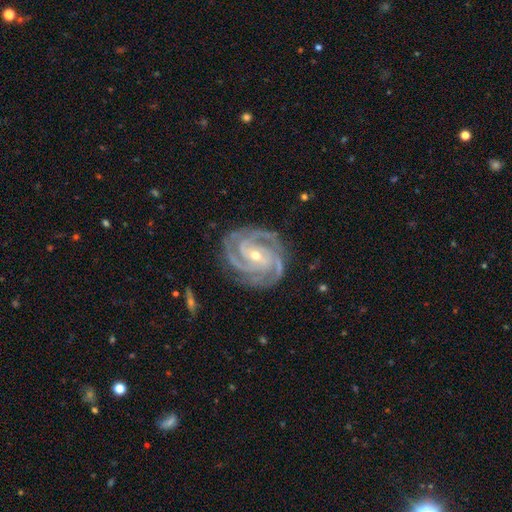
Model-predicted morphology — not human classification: smooth_or_featured: featured or disk (p=0.93) [alt: star or artifact p=0.04]
disk_edge_on: no (p=0.98) [alt: yes p=0.02]
bar: no (p=0.46) [alt: weak p=0.34]
has_spiral_arms: yes (p=0.99) [alt: no p=0.01]
spiral_winding: tight (p=0.71) [alt: medium p=0.27]
spiral_arm_count: 3 (p=0.48) [alt: 4 p=0.28]
bulge_size: small (p=0.60) [alt: moderate p=0.37]
merging: none (p=0.81) [alt: minor disturbance p=0.14]